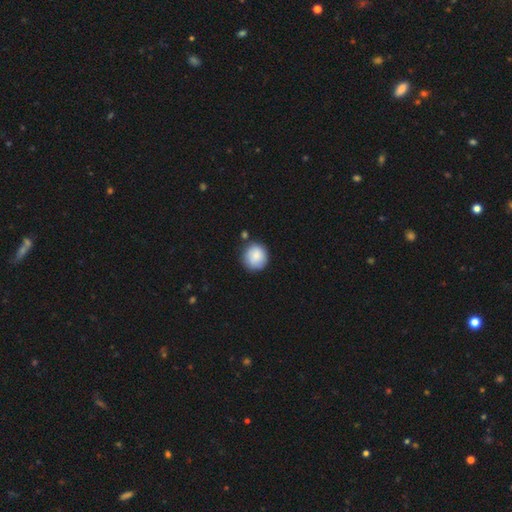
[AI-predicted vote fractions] A smooth galaxy with no disk features (86%) that is round (88%).

Vote fractions:
- Smooth or featured? smooth: 86% / featured or disk: 7% / star or artifact: 7%
- How rounded? round: 88% / in between: 11% / cigar-shaped: 1%
- Merging? none: 78% / minor disturbance: 14% / merger: 5% / major disturbance: 3%